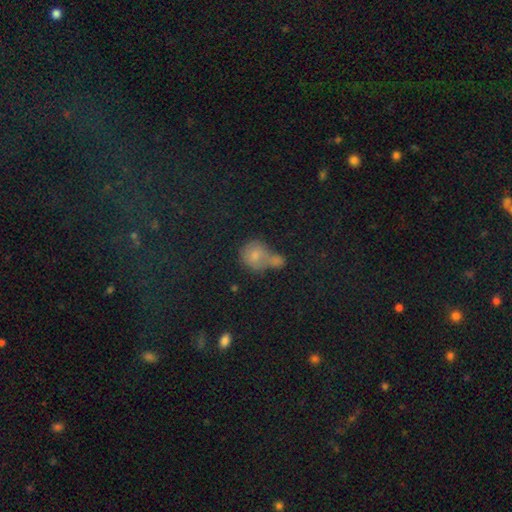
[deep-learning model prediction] Smooth or featured: smooth — 70% (star or artifact — 15%)
How rounded: round — 74% (in between — 24%)
Merging: merger — 61% (none — 21%)